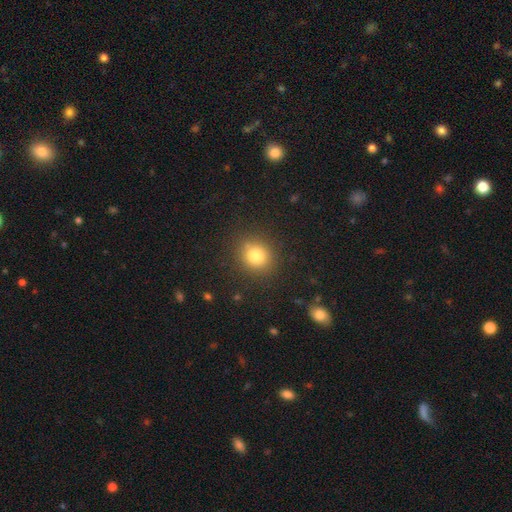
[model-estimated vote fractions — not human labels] smooth_or_featured: smooth (p=0.79) [alt: star or artifact p=0.13]
how_rounded: round (p=0.79) [alt: in between p=0.20]
merging: none (p=0.87) [alt: minor disturbance p=0.09]